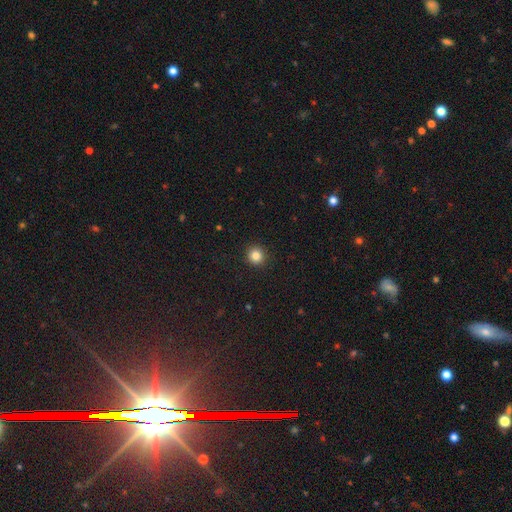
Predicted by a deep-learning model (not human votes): Morphology: type=smooth (84%); roundness=round (94%); merging=none (93%).